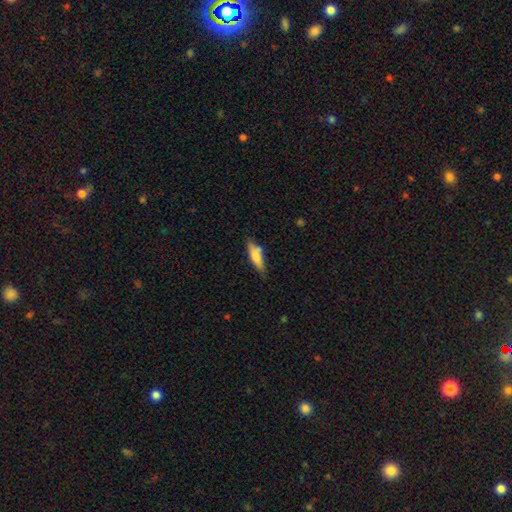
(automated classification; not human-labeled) Overall: smooth (69%). How rounded: cigar-shaped (56%; in between 42%). Merging: none (69%).